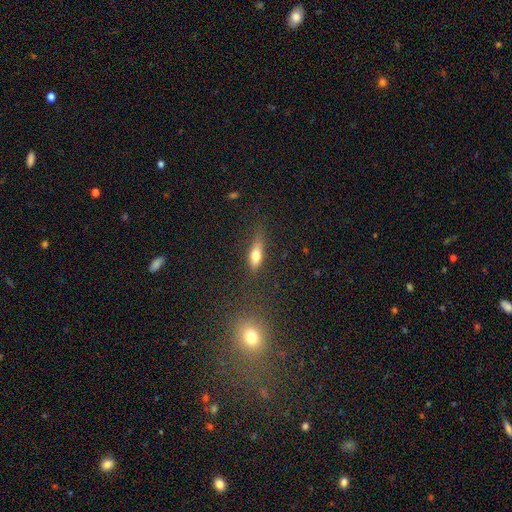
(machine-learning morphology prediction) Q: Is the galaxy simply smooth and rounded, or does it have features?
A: smooth — 65%.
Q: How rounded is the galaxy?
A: in between — 54%.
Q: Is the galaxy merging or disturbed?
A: none — 72%.